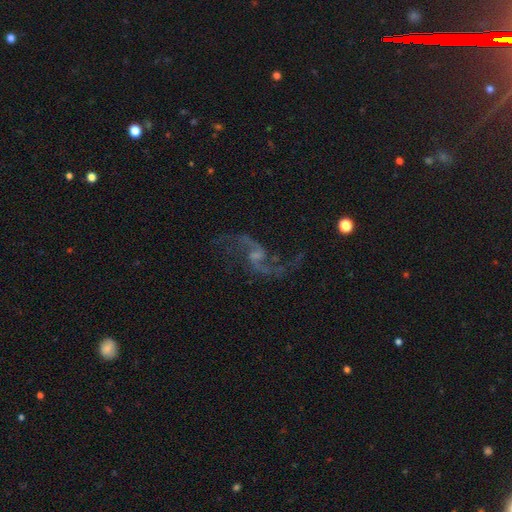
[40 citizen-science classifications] Q: Smooth or featured?
A: featured or disk (82%); runner-up: smooth (10%)
Q: Edge-on disk?
A: no (97%); runner-up: yes (3%)
Q: Bar?
A: weak (44%); tied with: no (44%)
Q: Spiral arms?
A: yes (97%); runner-up: no (3%)
Q: Spiral winding?
A: loose (84%); runner-up: medium (16%)
Q: Spiral arm count?
A: 2 (100%)
Q: Bulge size?
A: small (59%); runner-up: moderate (22%)
Q: Merging?
A: none (65%); runner-up: minor disturbance (19%)